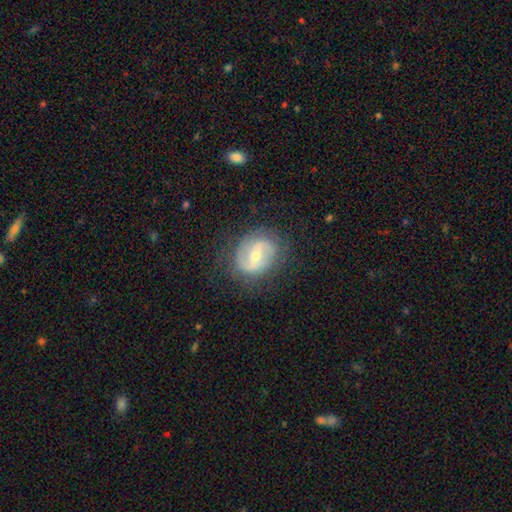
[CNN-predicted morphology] The model was most divided on "bulge size": small: 49%, moderate: 47%, large: 2%, none: 1%, dominant: 1%. Remaining: edge-on disk — no (96%); spiral arm count — 2 (81%); merging — none (77%); spiral arms — yes (76%); smooth or featured — featured or disk (72%); bar — weak (42%); spiral winding — medium (41%).